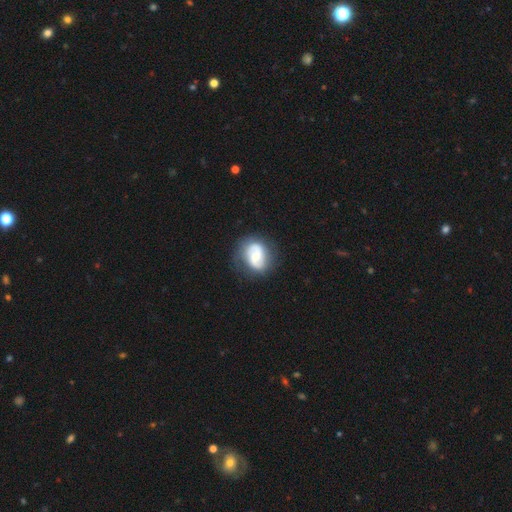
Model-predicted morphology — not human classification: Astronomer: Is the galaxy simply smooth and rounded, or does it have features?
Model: featured or disk — 62%.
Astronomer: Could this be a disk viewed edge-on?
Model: no — 97%.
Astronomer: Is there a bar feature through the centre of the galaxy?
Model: no — 52% (runner-up: weak, 35%).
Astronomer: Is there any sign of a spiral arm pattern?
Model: yes — 79%.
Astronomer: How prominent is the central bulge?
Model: moderate — 61%.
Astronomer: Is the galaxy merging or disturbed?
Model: none — 73%.